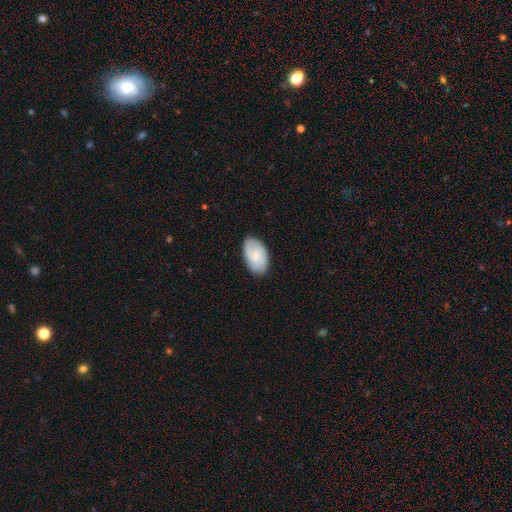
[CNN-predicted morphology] smooth_or_featured: smooth (p=0.69) [alt: featured or disk p=0.24]
how_rounded: in between (p=0.93) [alt: round p=0.05]
merging: none (p=0.82) [alt: minor disturbance p=0.15]